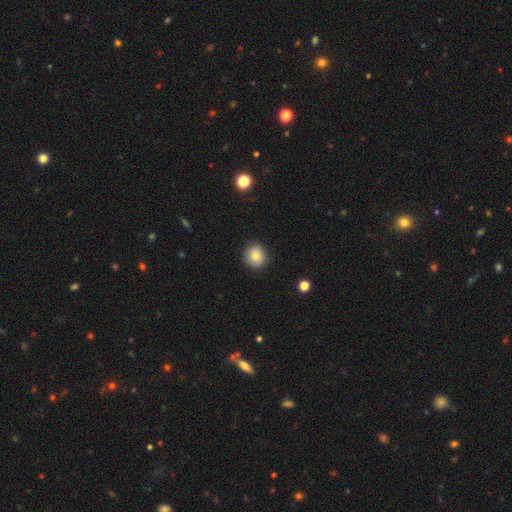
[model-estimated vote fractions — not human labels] The model was most divided on "smooth or featured": smooth: 83%, star or artifact: 9%, featured or disk: 7%. More confident: how rounded — round (91%); merging — none (89%).